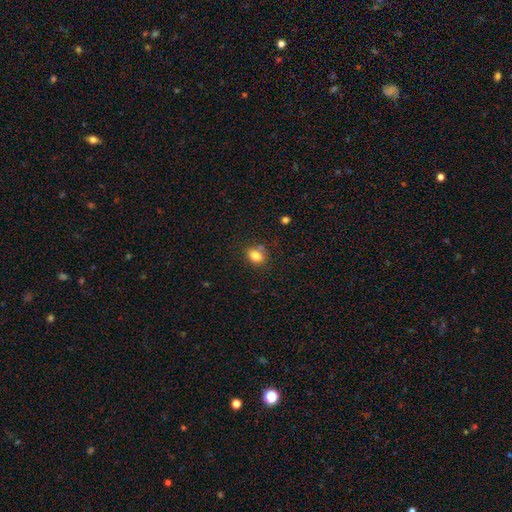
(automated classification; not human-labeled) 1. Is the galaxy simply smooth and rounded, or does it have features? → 82% smooth, 11% star or artifact, 8% featured or disk.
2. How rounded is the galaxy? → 58% in between, 41% round, 1% cigar-shaped.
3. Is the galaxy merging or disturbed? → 70% none, 15% minor disturbance, 11% merger, 4% major disturbance.